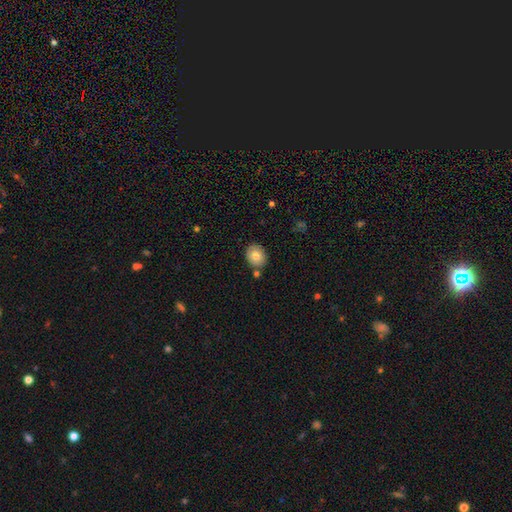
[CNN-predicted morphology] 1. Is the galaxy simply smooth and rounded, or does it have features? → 80% smooth, 11% featured or disk, 8% star or artifact.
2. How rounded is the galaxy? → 60% round, 39% in between, 1% cigar-shaped.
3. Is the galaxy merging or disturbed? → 80% none, 11% minor disturbance, 7% merger, 2% major disturbance.